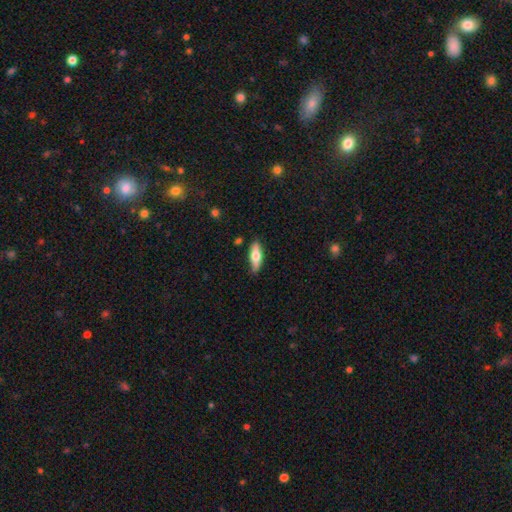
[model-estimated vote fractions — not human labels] Q: Smooth or featured?
A: smooth (59%); runner-up: featured or disk (35%)
Q: How rounded?
A: in between (58%); runner-up: cigar-shaped (39%)
Q: Merging?
A: none (81%); runner-up: minor disturbance (15%)